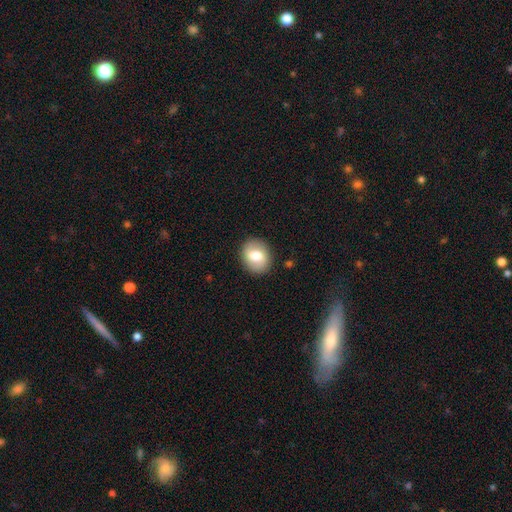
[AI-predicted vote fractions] Smooth or featured?
  - smooth: 68% *
  - featured or disk: 24%
  - star or artifact: 7%
How rounded?
  - round: 55% *
  - in between: 44%
  - cigar-shaped: 1%
Merging?
  - none: 87% *
  - minor disturbance: 9%
  - major disturbance: 3%
  - merger: 1%